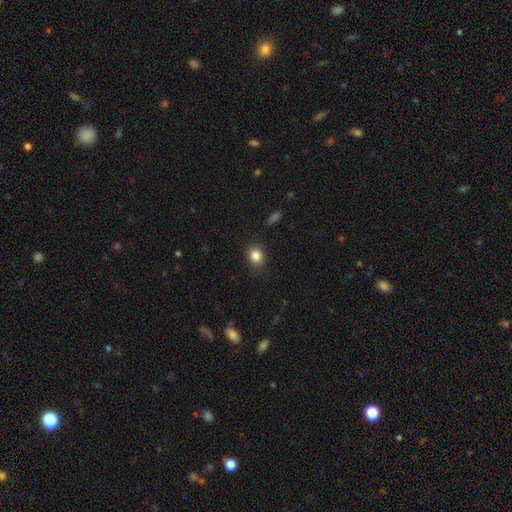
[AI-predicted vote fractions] Smooth or featured?
  - smooth: 84% *
  - star or artifact: 11%
  - featured or disk: 5%
How rounded?
  - round: 68% *
  - in between: 31%
  - cigar-shaped: 1%
Merging?
  - none: 88% *
  - minor disturbance: 9%
  - major disturbance: 2%
  - merger: 1%